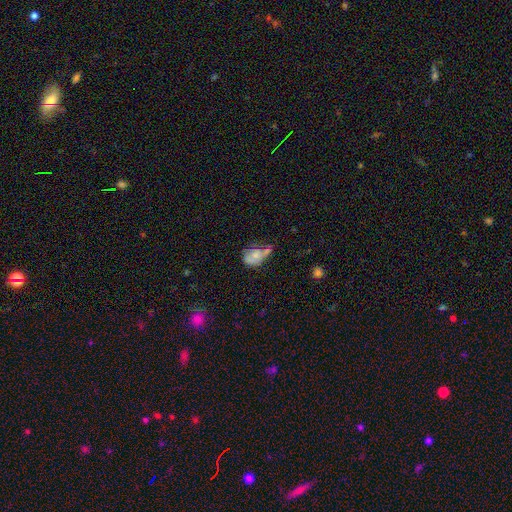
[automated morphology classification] Smooth or featured?
  - smooth: 59% *
  - featured or disk: 30%
  - star or artifact: 11%
How rounded?
  - in between: 74% *
  - round: 24%
  - cigar-shaped: 2%
Merging?
  - minor disturbance: 32% *
  - none: 27%
  - major disturbance: 22%
  - merger: 19%